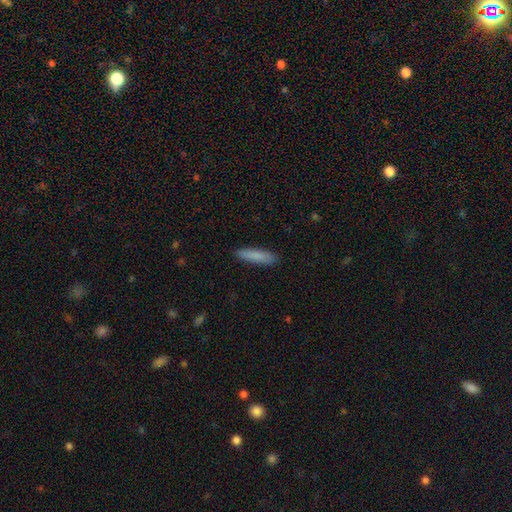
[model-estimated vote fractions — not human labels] Smooth or featured? smooth (85%)
How rounded? cigar-shaped (80%)
Merging? none (90%)